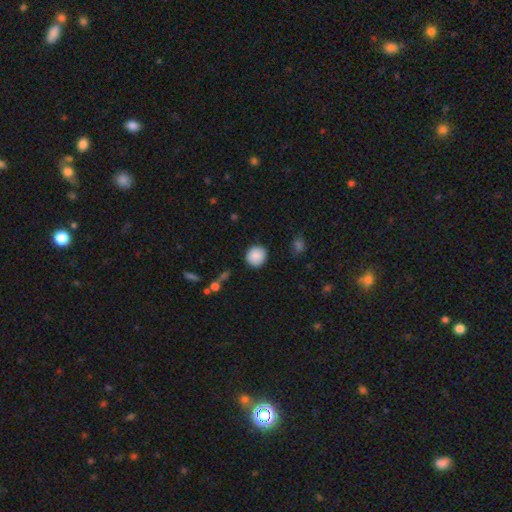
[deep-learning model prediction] Smooth or featured? Predicted: smooth (p=0.88). How rounded? Predicted: round (p=0.89). Merging? Predicted: none (p=0.87).